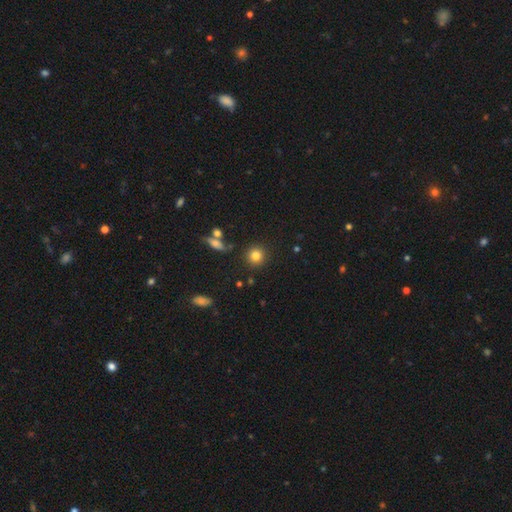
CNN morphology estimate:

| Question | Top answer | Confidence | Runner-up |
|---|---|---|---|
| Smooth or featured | smooth | 81% | star or artifact (12%) |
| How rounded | round | 91% | in between (8%) |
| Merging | none | 86% | minor disturbance (7%) |